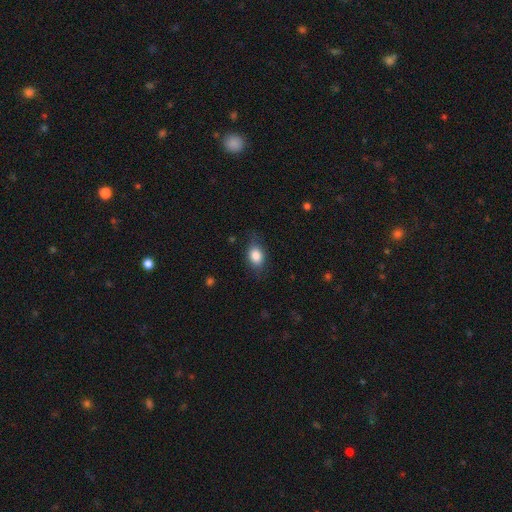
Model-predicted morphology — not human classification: Overall: smooth (82%). How rounded: in between (74%). Merging: none (72%).